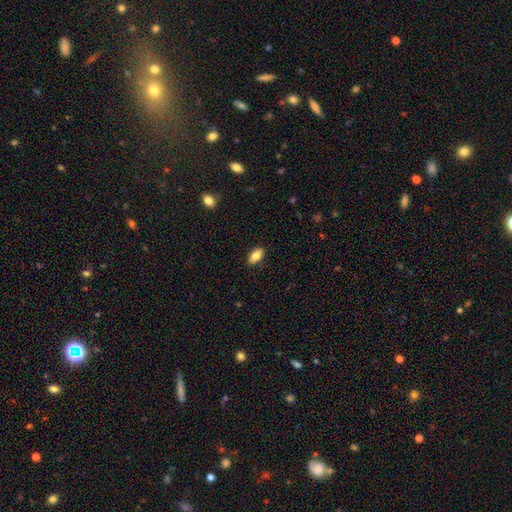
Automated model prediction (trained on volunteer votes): This is clearly a smooth galaxy (85%). How rounded: clearly in between (92%). Merging: clearly none (88%).